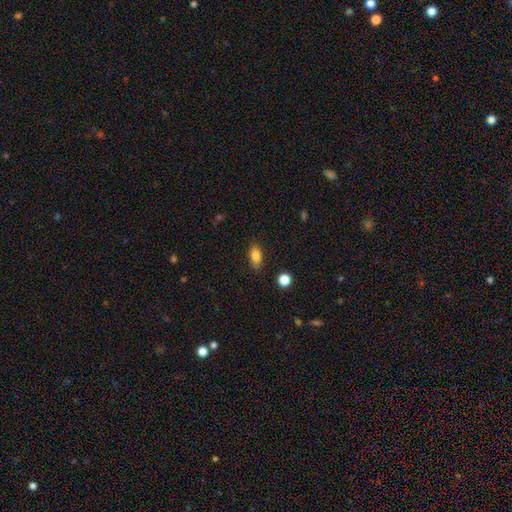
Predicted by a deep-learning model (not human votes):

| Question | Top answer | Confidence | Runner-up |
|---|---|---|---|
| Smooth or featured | smooth | 83% | star or artifact (9%) |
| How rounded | in between | 84% | cigar-shaped (9%) |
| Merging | none | 83% | minor disturbance (12%) |